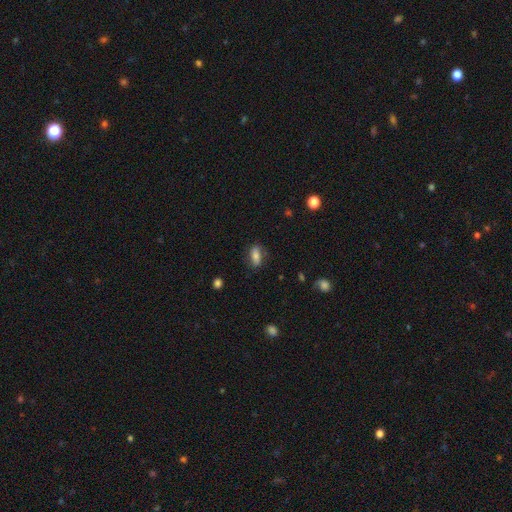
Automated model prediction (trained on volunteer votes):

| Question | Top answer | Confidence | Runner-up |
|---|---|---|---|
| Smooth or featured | smooth | 70% | featured or disk (21%) |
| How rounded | in between | 78% | cigar-shaped (17%) |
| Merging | none | 73% | minor disturbance (19%) |